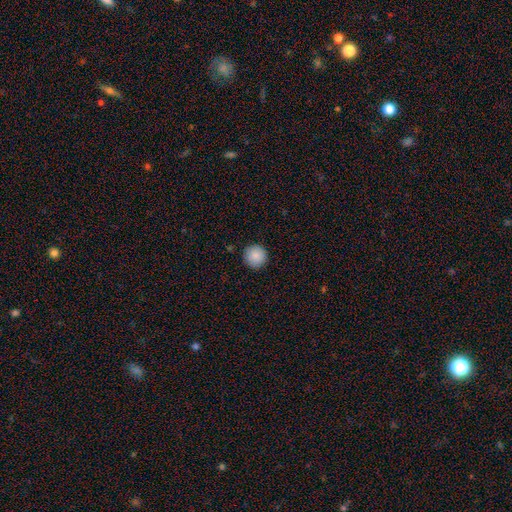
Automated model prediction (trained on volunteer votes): smooth 88%, star or artifact 8%, featured or disk 4%. Down the decision tree: how rounded — round (96%); merging — none (92%).